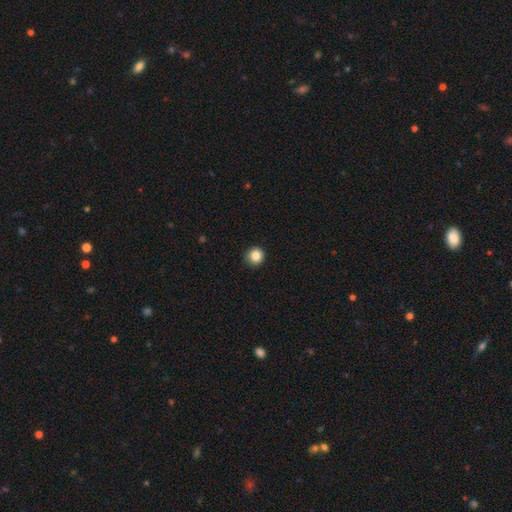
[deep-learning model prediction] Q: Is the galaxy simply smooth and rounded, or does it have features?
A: smooth — 85%.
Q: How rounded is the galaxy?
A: round — 93%.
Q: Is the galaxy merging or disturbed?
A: none — 88%.